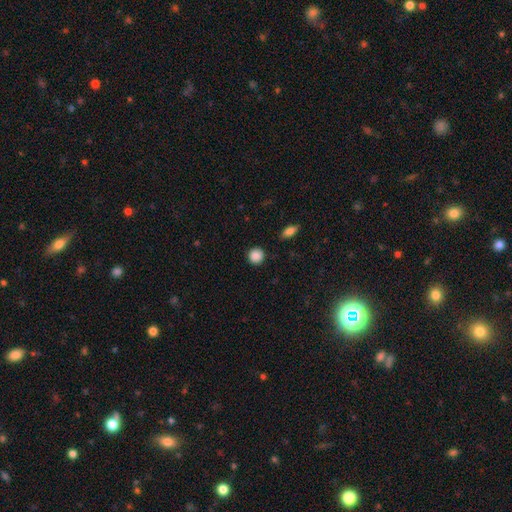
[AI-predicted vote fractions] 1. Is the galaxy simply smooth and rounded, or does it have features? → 88% smooth, 9% star or artifact, 3% featured or disk.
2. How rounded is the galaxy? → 92% round, 6% in between, 1% cigar-shaped.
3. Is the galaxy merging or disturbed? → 90% none, 6% minor disturbance, 2% major disturbance, 1% merger.